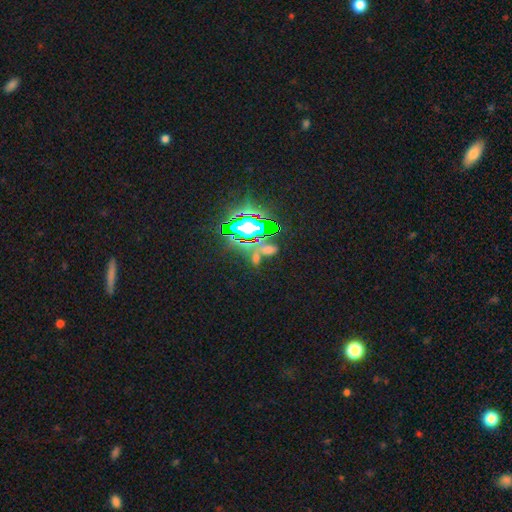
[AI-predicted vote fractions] Overall: star or artifact (73%).